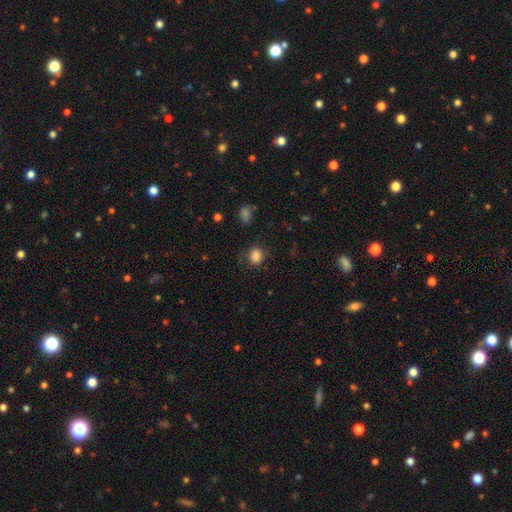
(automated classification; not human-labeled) Q: Smooth or featured?
A: smooth (84%); runner-up: star or artifact (10%)
Q: How rounded?
A: round (54%); runner-up: in between (45%)
Q: Merging?
A: none (69%); runner-up: minor disturbance (20%)